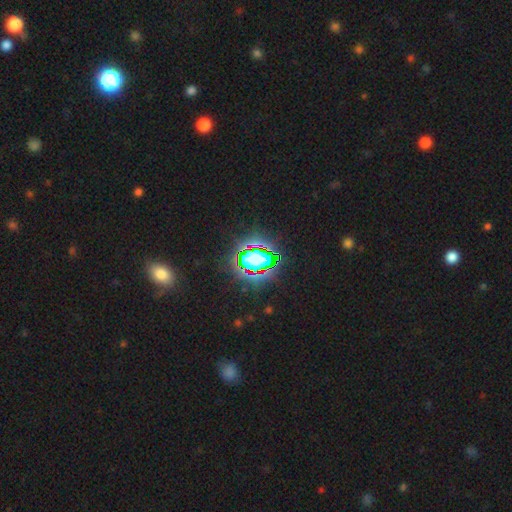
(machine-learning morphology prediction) Smooth or featured? star or artifact (78%)